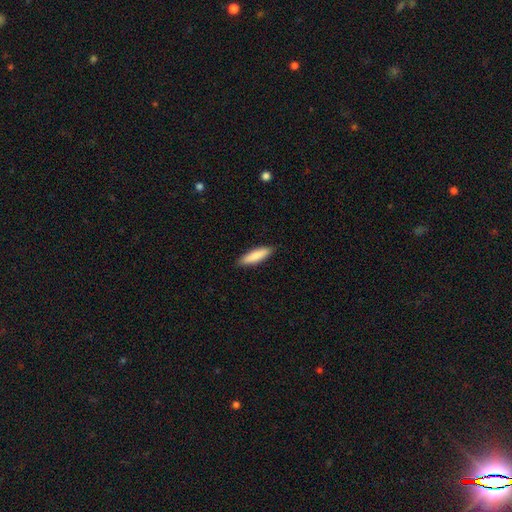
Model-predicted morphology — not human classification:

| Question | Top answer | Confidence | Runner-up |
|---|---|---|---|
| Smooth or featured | smooth | 84% | featured or disk (10%) |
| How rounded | cigar-shaped | 68% | in between (31%) |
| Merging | none | 88% | minor disturbance (9%) |